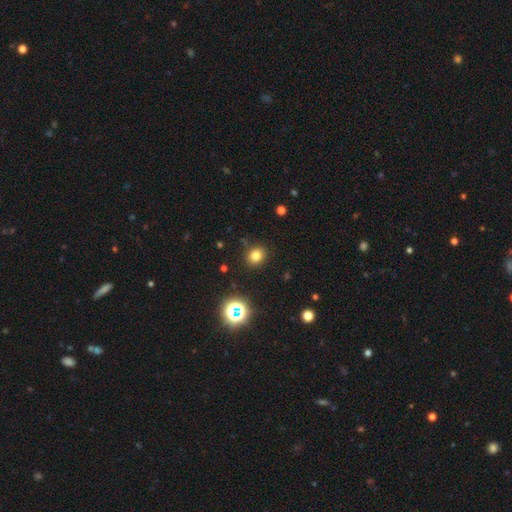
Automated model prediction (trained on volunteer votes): Morphology: type=smooth (77%); roundness=round (69%); merging=none (85%).